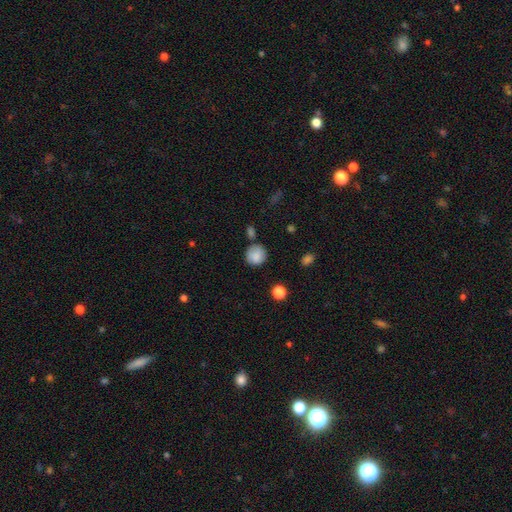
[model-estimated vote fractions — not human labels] This appears to be a smooth galaxy with no disk features (86%) that is round (90%). Merging: none (74%).